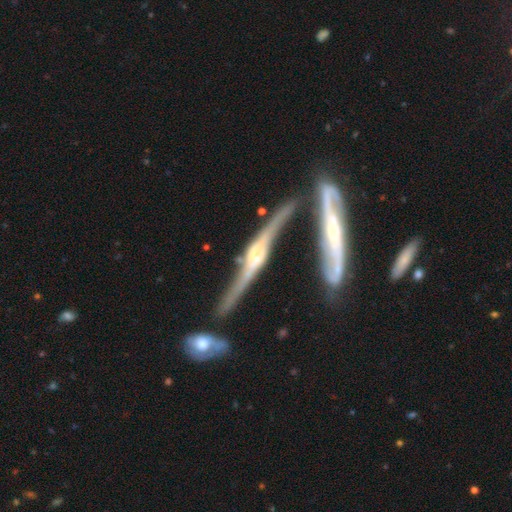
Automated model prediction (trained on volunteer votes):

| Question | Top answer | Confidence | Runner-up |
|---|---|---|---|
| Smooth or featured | featured or disk | 87% | smooth (8%) |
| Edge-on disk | yes | 87% | no (13%) |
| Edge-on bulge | rounded | 69% | boxy (24%) |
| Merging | none | 51% | merger (21%) |